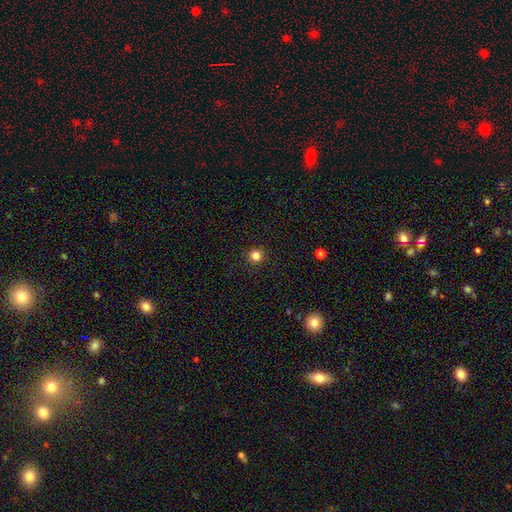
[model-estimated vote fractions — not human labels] Smooth or featured? smooth (83%)
How rounded? round (95%)
Merging? none (92%)